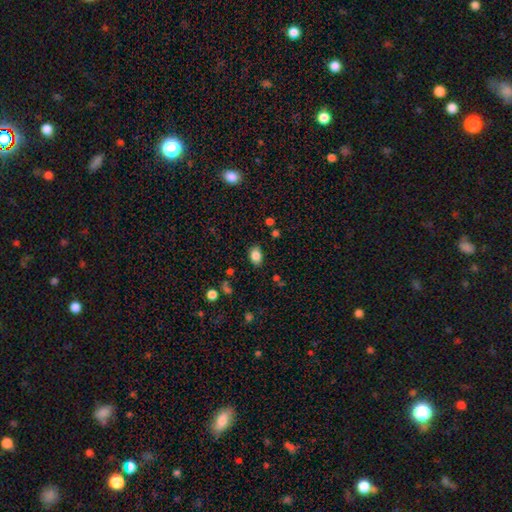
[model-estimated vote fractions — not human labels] Smooth or featured? smooth (85%)
How rounded? in between (81%)
Merging? none (83%)